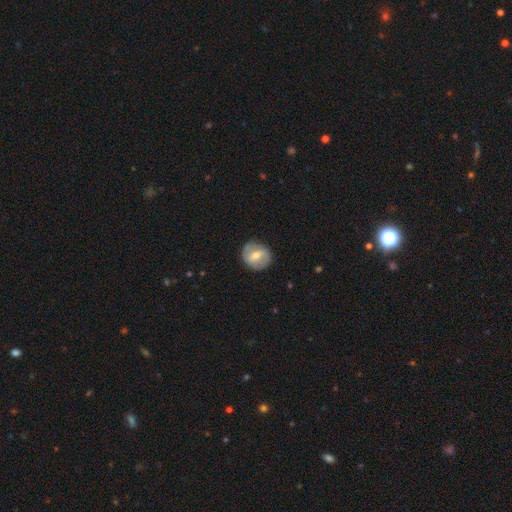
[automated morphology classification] Smooth or featured? Predicted: featured or disk (p=0.51). Edge-on disk? Predicted: no (p=0.95). Merging? Predicted: none (p=0.81).